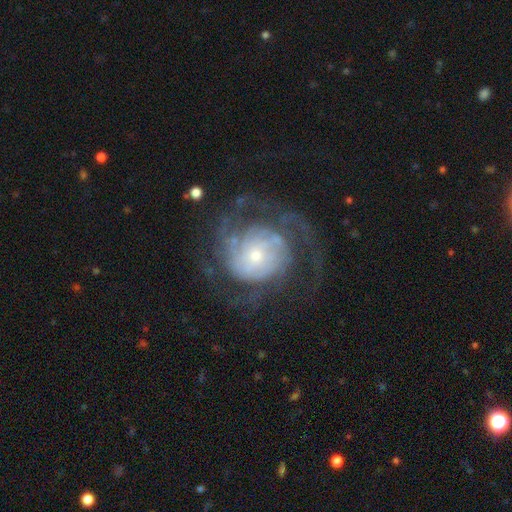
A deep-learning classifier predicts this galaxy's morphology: smooth-or-featured: featured or disk: 83% | smooth: 11% | star or artifact: 6%
  disk-edge-on: no: 98% | yes: 2%
    bar: no: 72% | weak: 23% | strong: 5%
    has-spiral-arms: yes: 92% | no: 8%
      spiral-winding: tight: 50% | medium: 36% | loose: 14%
      spiral-arm-count: can't tell: 31% | 2: 28% | 3: 19% | 4: 9% | 1: 7% | more than 4: 6%
    bulge-size: small: 62% | moderate: 30% | large: 5% | none: 2% | dominant: 1%
  merging: none: 58% | major disturbance: 24% | minor disturbance: 15% | merger: 2%